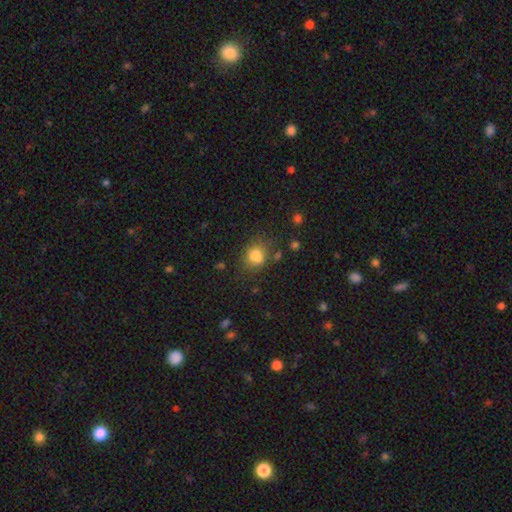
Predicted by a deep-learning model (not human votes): This is likely a smooth galaxy (79%). How rounded: possibly round (57%). Merging: likely none (61%).